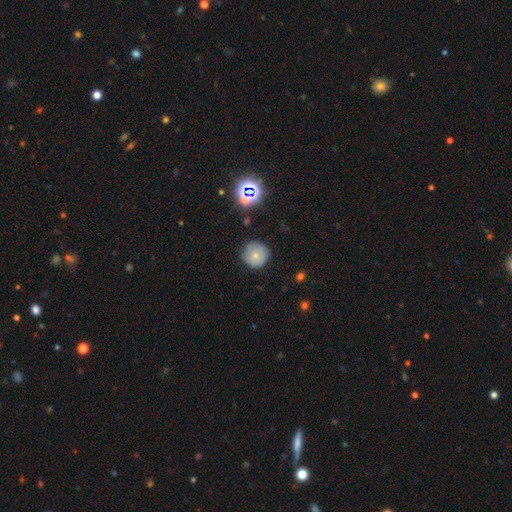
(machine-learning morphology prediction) smooth-or-featured: smooth: 67% | featured or disk: 19% | star or artifact: 13%
  how-rounded: round: 93% | in between: 6% | cigar-shaped: 1%
  merging: none: 76% | minor disturbance: 18% | major disturbance: 4% | merger: 2%